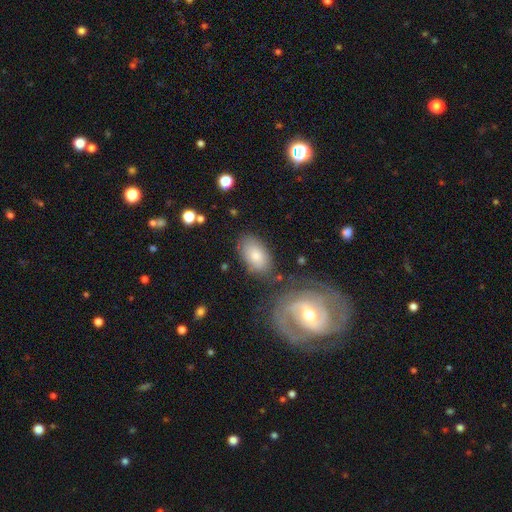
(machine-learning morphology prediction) Smooth or featured?
  - smooth: 78% *
  - featured or disk: 15%
  - star or artifact: 7%
How rounded?
  - in between: 93% *
  - round: 6%
  - cigar-shaped: 2%
Merging?
  - none: 74% *
  - minor disturbance: 15%
  - merger: 6%
  - major disturbance: 5%